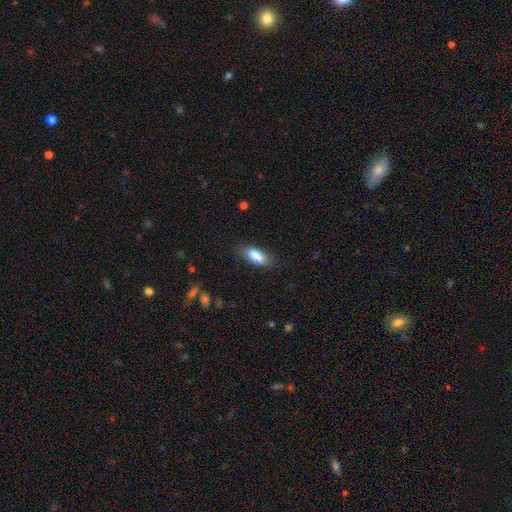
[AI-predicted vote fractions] This is clearly a smooth galaxy (83%). How rounded: likely in between (72%). Merging: likely none (77%).